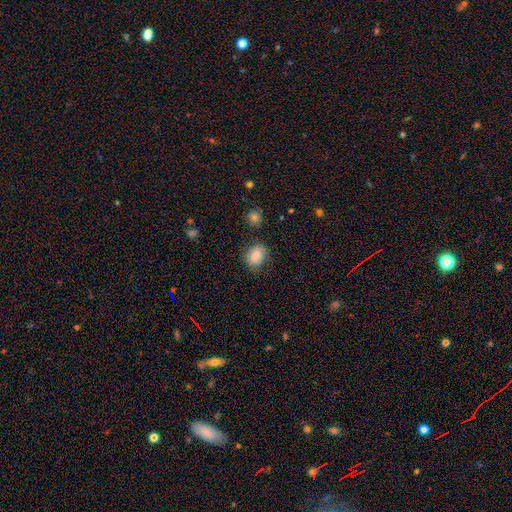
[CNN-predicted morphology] Smooth or featured?
  - smooth: 82% *
  - featured or disk: 10%
  - star or artifact: 9%
How rounded?
  - in between: 51% *
  - round: 48%
  - cigar-shaped: 1%
Merging?
  - none: 75% *
  - minor disturbance: 17%
  - major disturbance: 5%
  - merger: 2%